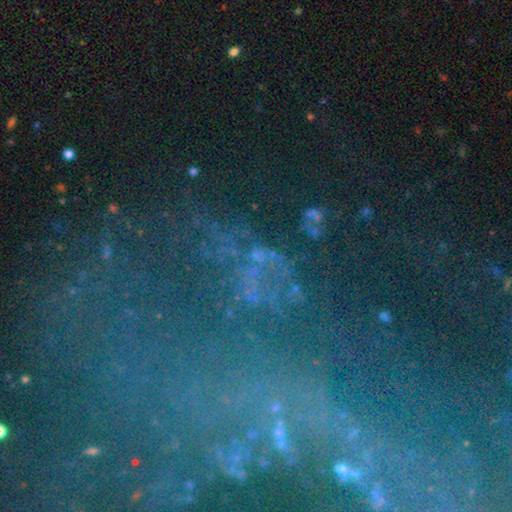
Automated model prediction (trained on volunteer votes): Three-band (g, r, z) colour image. It shows a star or artifact, not a galaxy (61%).